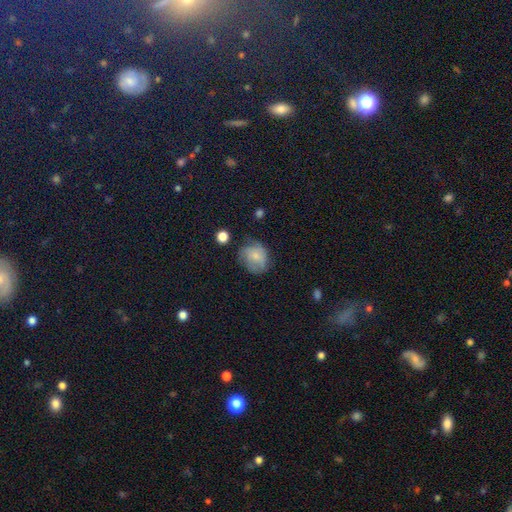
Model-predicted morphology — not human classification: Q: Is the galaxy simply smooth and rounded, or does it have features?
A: smooth — 58%.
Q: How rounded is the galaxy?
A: round — 61%.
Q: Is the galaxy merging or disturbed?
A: none — 53%.